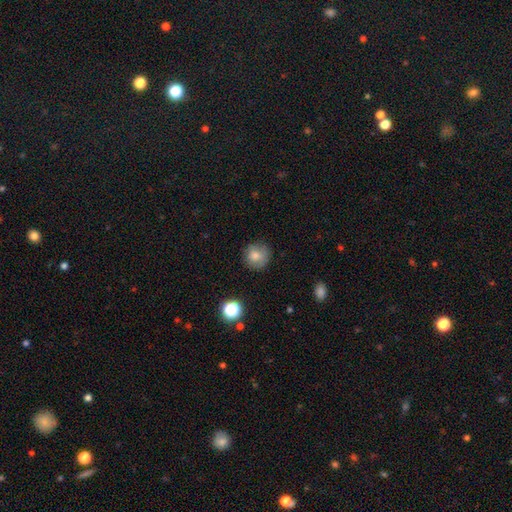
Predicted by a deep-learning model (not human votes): A smooth galaxy with no disk features (78%) that is round (89%).

Vote fractions:
- Smooth or featured? smooth: 78% / featured or disk: 11% / star or artifact: 10%
- How rounded? round: 89% / in between: 10% / cigar-shaped: 1%
- Merging? none: 76% / minor disturbance: 17% / major disturbance: 5% / merger: 2%